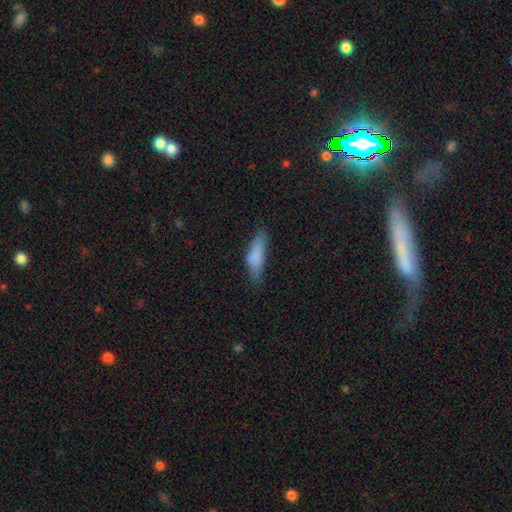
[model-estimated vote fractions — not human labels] This is likely a smooth galaxy (80%). How rounded: possibly cigar-shaped (50%). Merging: likely none (61%).